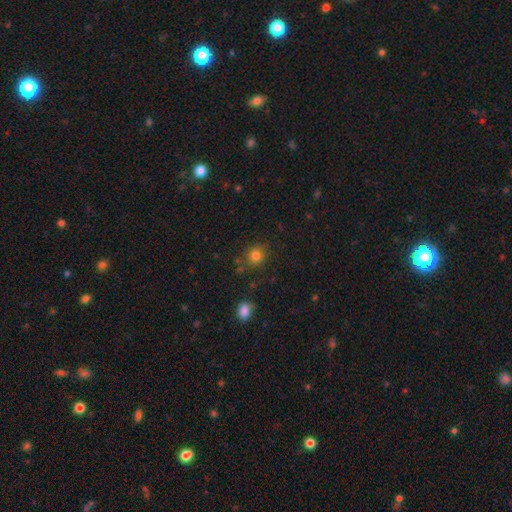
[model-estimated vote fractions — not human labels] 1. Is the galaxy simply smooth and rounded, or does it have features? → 81% smooth, 13% star or artifact, 6% featured or disk.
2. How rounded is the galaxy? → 82% round, 17% in between, 1% cigar-shaped.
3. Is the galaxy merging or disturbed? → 79% none, 12% minor disturbance, 5% merger, 4% major disturbance.